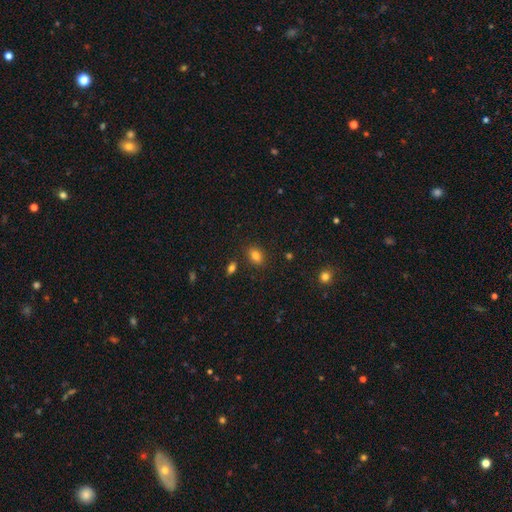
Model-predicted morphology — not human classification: This is clearly a smooth galaxy (82%). How rounded: likely in between (68%). Merging: clearly none (84%).